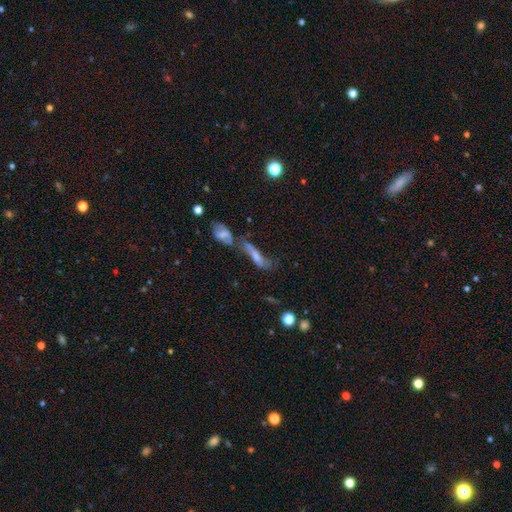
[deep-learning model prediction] Smooth or featured? featured or disk (49%)
Merging? merger (52%)